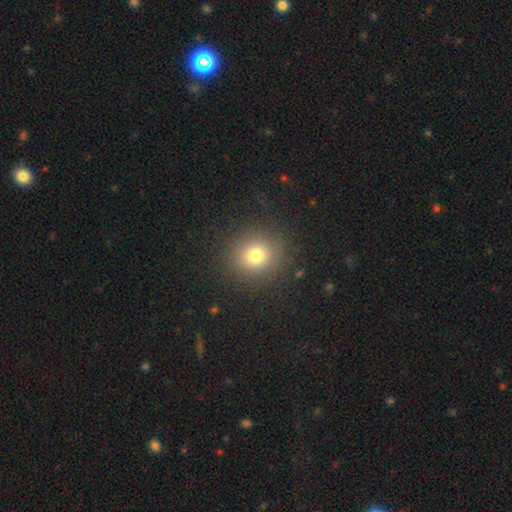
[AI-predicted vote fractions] Smooth or featured? smooth (76%)
How rounded? round (89%)
Merging? none (88%)